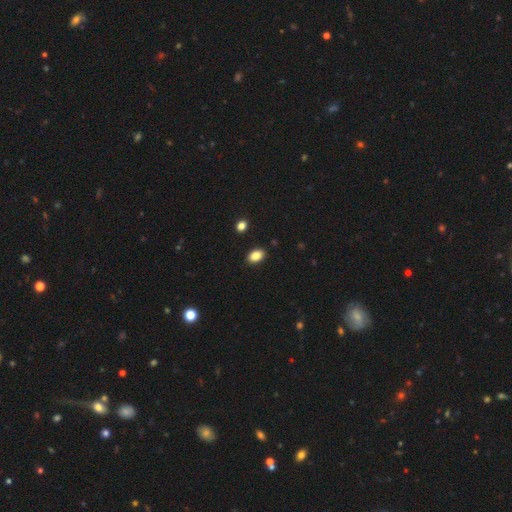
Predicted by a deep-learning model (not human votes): Smooth or featured?
  - smooth: 86% *
  - star or artifact: 9%
  - featured or disk: 5%
How rounded?
  - in between: 87% *
  - round: 12%
  - cigar-shaped: 1%
Merging?
  - none: 89% *
  - minor disturbance: 8%
  - major disturbance: 2%
  - merger: 2%